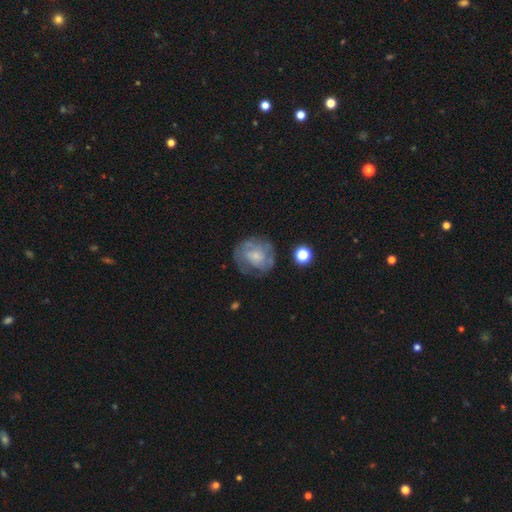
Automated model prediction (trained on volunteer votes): A featured or disk galaxy (61%) with no bar (70%), spiral arms (72%) and a small central bulge (53%). Merging: none (64%).